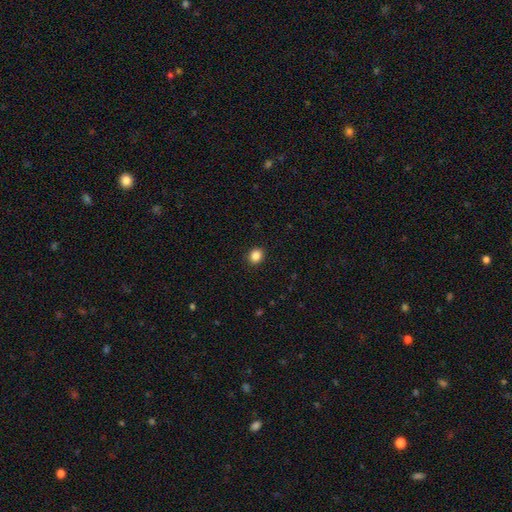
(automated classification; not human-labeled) A smooth galaxy with no disk features (86%) that is round (69%).

Vote fractions:
- Smooth or featured? smooth: 86% / star or artifact: 10% / featured or disk: 4%
- How rounded? round: 69% / in between: 30% / cigar-shaped: 1%
- Merging? none: 92% / minor disturbance: 6% / major disturbance: 2% / merger: 1%